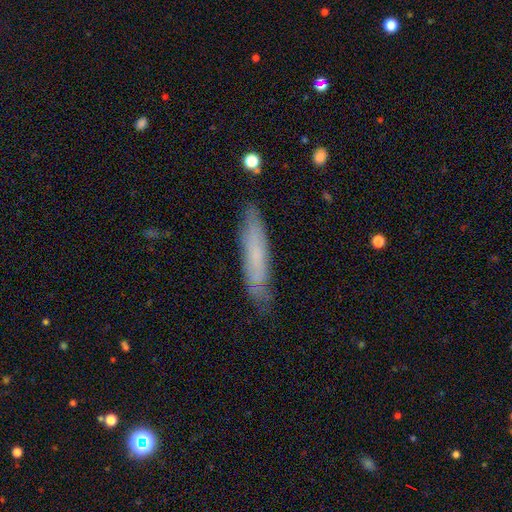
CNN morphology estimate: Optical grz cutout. It shows a smooth galaxy with no disk features (56%) that is cigar-shaped (83%). Merging: none (76%).